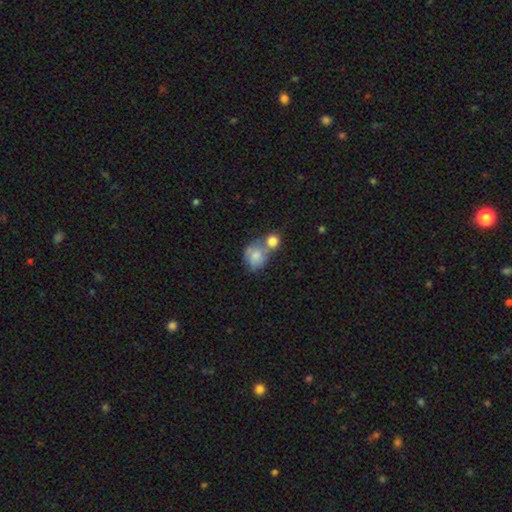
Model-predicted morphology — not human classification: Overall: smooth (71%). How rounded: round (63%; in between 36%). Merging: merger (48%; none 29%).